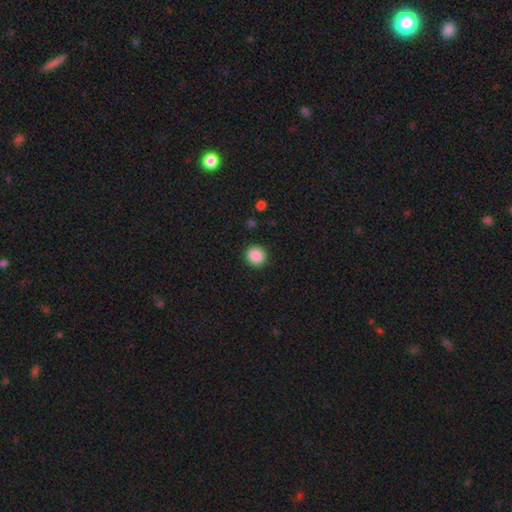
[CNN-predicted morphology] Smooth or featured? smooth (88%)
How rounded? round (87%)
Merging? none (89%)